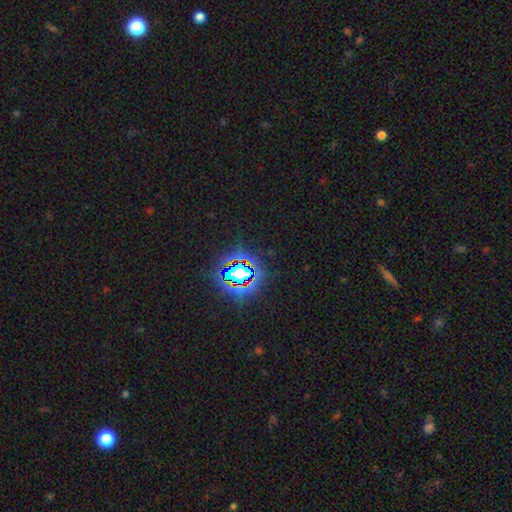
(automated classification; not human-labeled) Smooth or featured: star or artifact — 82% (smooth — 11%)